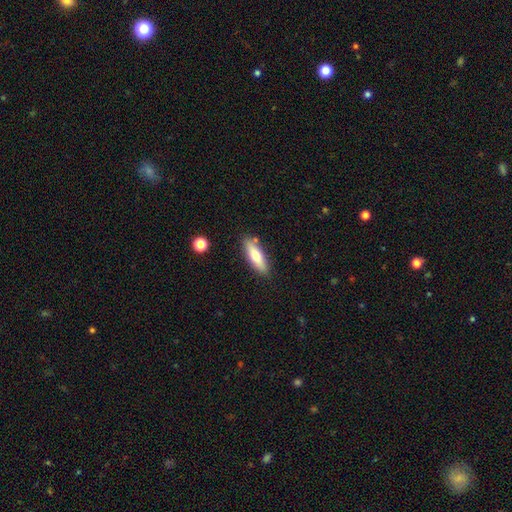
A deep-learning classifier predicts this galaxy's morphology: A smooth galaxy with no disk features (66%) that is cigar-shaped (54%).

Vote fractions:
- Smooth or featured? smooth: 66% / featured or disk: 28% / star or artifact: 6%
- How rounded? cigar-shaped: 54% / in between: 44% / round: 2%
- Merging? none: 83% / minor disturbance: 11% / merger: 4% / major disturbance: 2%